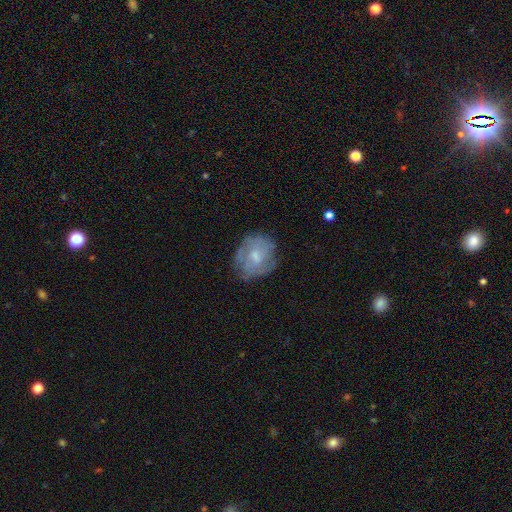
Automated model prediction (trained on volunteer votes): featured or disk 48%, smooth 44%, star or artifact 8%. Down the decision tree: merging — none (66%).